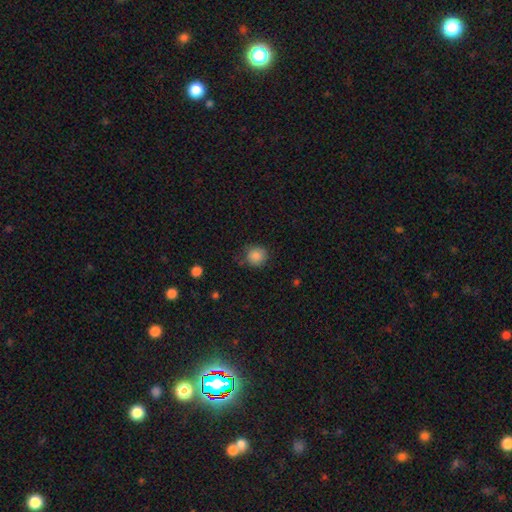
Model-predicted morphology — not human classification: Smooth or featured?
  - smooth: 85% *
  - star or artifact: 10%
  - featured or disk: 5%
How rounded?
  - round: 89% *
  - in between: 10%
  - cigar-shaped: 1%
Merging?
  - none: 73% *
  - minor disturbance: 20%
  - major disturbance: 5%
  - merger: 2%